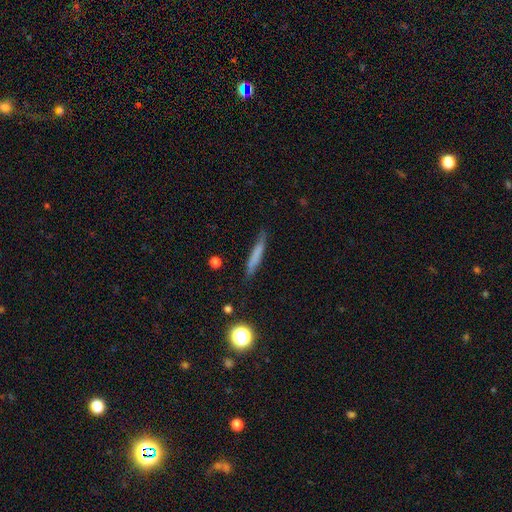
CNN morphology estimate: smooth 65%, featured or disk 25%, star or artifact 9%. Down the decision tree: how rounded — cigar-shaped (92%); merging — none (78%).